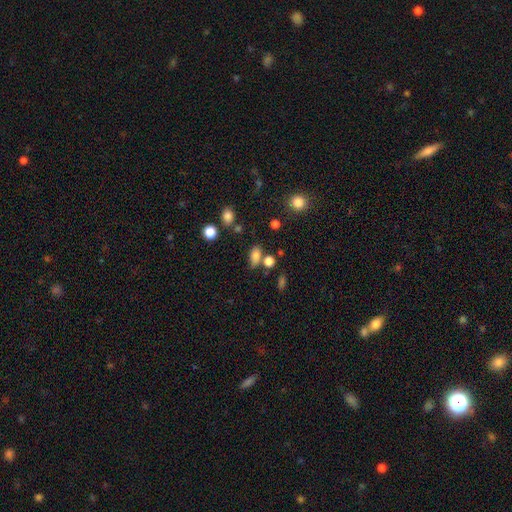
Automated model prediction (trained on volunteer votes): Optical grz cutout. It shows a smooth galaxy with no disk features (79%) that is in between round and cigar-shaped (81%). Merging: none (61%).